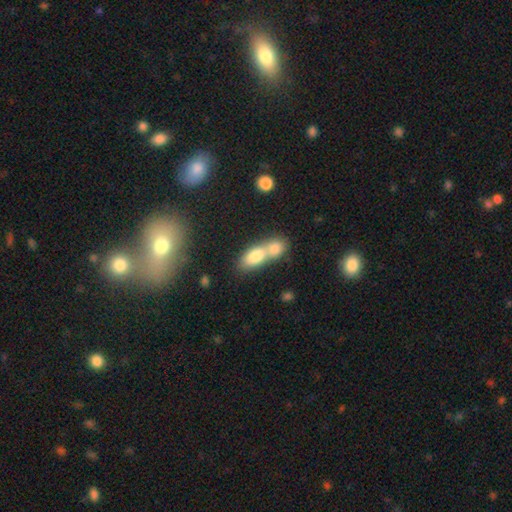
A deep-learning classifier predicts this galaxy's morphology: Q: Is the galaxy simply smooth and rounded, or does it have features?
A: smooth — 76%.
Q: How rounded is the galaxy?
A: in between — 76%.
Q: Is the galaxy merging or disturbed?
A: merger — 73%.